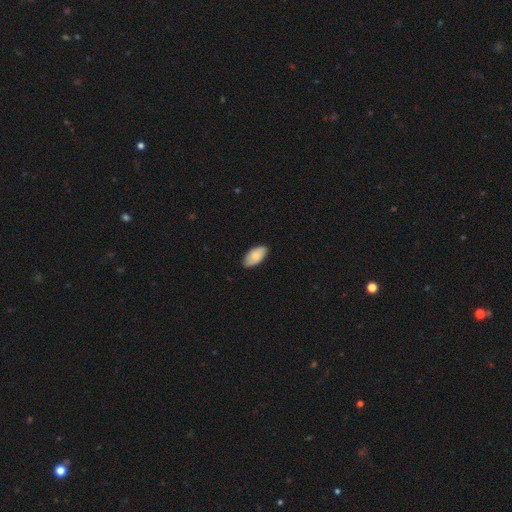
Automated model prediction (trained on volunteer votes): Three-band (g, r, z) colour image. It shows a smooth galaxy with no disk features (80%) that is in between round and cigar-shaped (95%). Merging: none (86%).